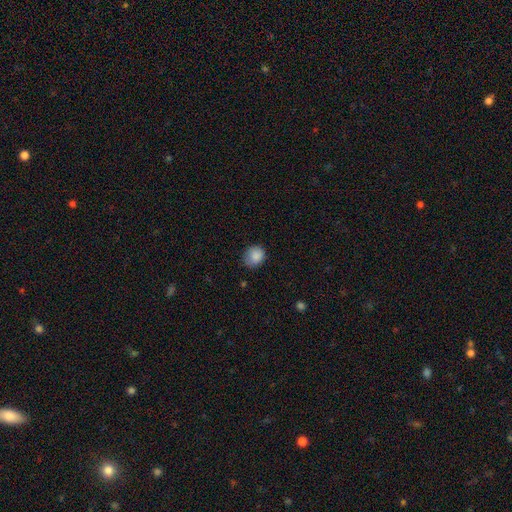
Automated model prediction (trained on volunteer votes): Overall: smooth (87%). How rounded: round (66%; in between 33%). Merging: none (72%).